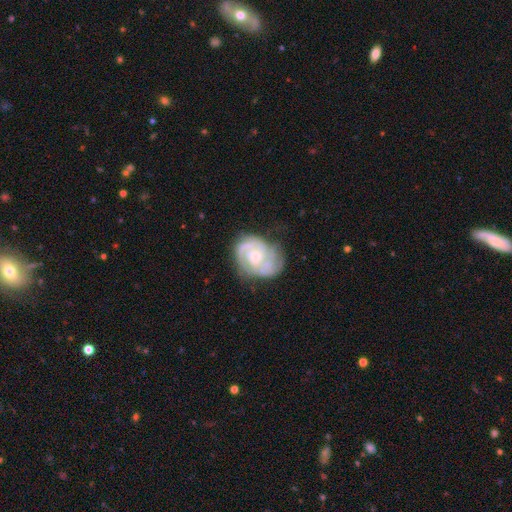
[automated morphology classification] smooth_or_featured: featured or disk (p=0.84) [alt: smooth p=0.11]
disk_edge_on: no (p=0.98) [alt: yes p=0.02]
bar: no (p=0.69) [alt: weak p=0.26]
has_spiral_arms: yes (p=0.94) [alt: no p=0.06]
spiral_winding: tight (p=0.62) [alt: medium p=0.31]
spiral_arm_count: 2 (p=0.54) [alt: can't tell p=0.20]
bulge_size: small (p=0.55) [alt: moderate p=0.40]
merging: none (p=0.60) [alt: minor disturbance p=0.24]